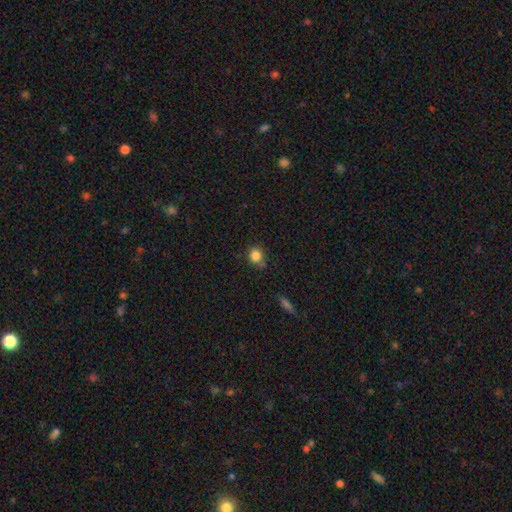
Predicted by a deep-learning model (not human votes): This appears to be a smooth galaxy with no disk features (83%) that is round (73%). Merging: none (70%).